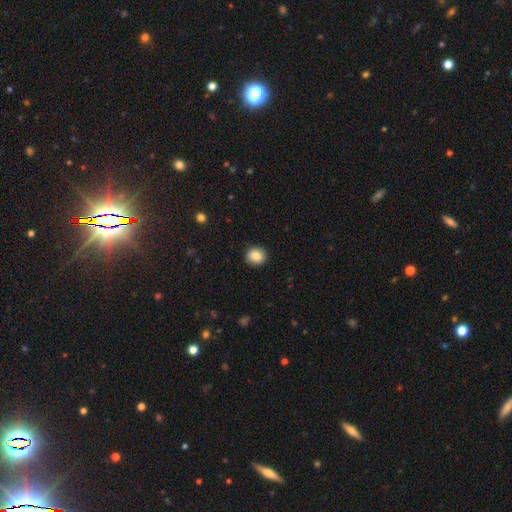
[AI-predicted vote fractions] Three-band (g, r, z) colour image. It shows a smooth galaxy with no disk features (86%) that is round (82%). Merging: none (92%).